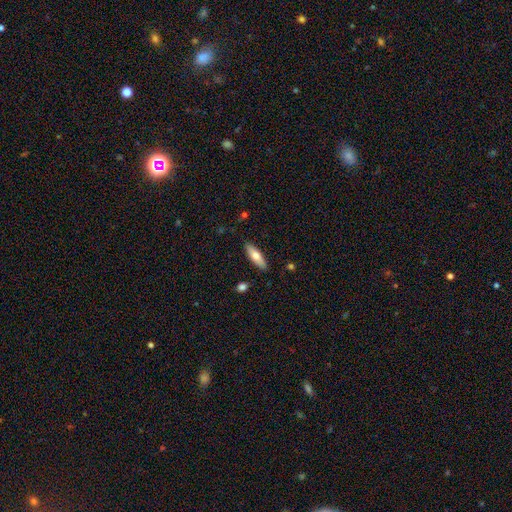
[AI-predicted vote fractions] Smooth or featured? Predicted: smooth (p=0.69). How rounded? Predicted: cigar-shaped (p=0.50). Merging? Predicted: none (p=0.88).